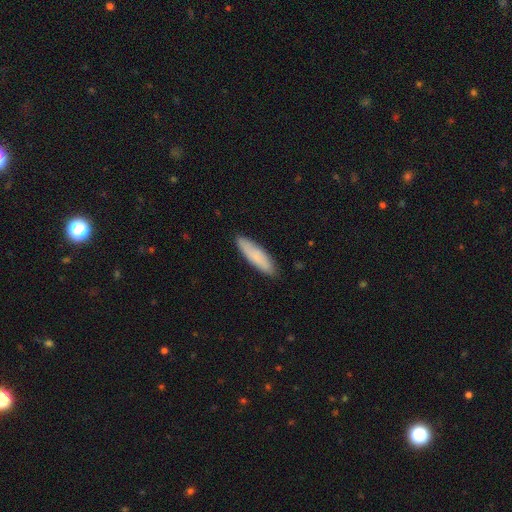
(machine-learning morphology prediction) Q: Smooth or featured?
A: smooth (81%); runner-up: featured or disk (13%)
Q: How rounded?
A: cigar-shaped (68%); runner-up: in between (30%)
Q: Merging?
A: none (88%); runner-up: minor disturbance (10%)